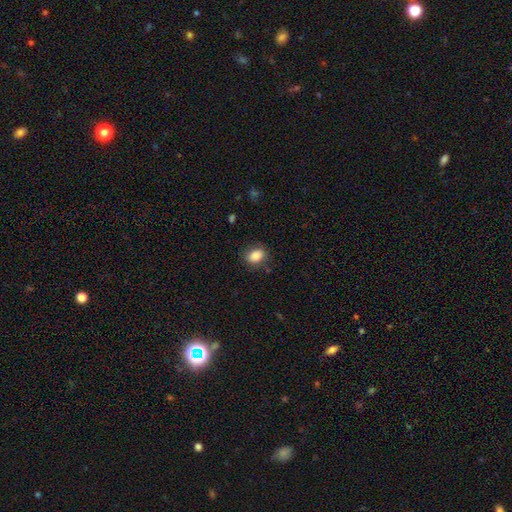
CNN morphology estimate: Smooth or featured: smooth — 85% (star or artifact — 9%)
How rounded: in between — 68% (round — 31%)
Merging: none — 83% (minor disturbance — 12%)